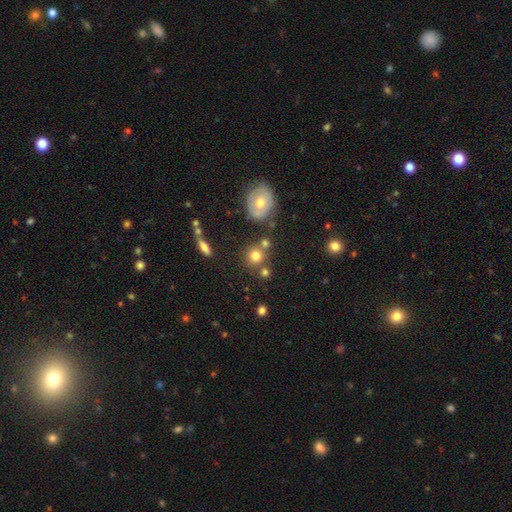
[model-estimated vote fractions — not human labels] smooth 76%, star or artifact 13%, featured or disk 11%. Down the decision tree: how rounded — round (86%); merging — none (69%).